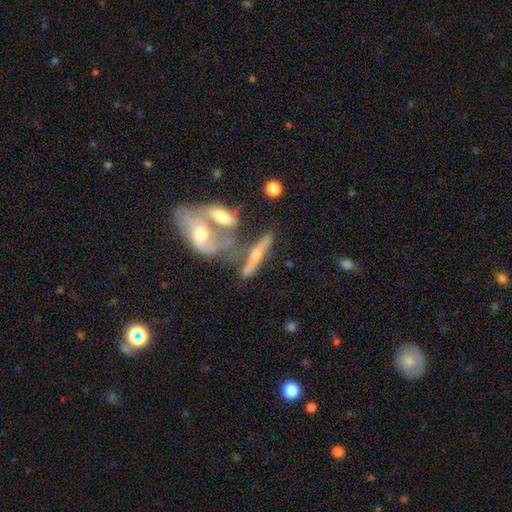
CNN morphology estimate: Smooth or featured? featured or disk (65%)
Edge-on disk? yes (81%)
Edge-on bulge? rounded (87%)
Merging? merger (42%)